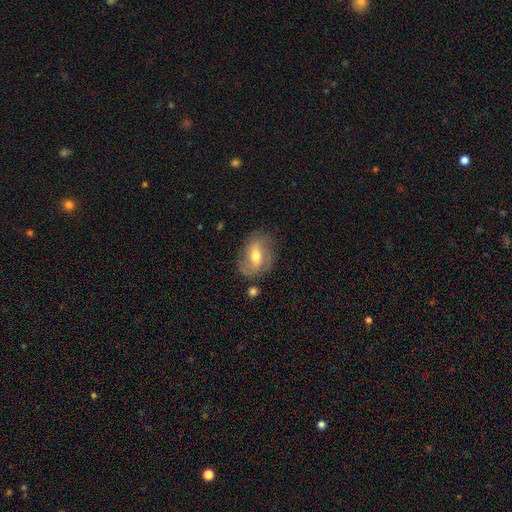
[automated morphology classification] Smooth or featured? Predicted: featured or disk (p=0.50). Edge-on disk? Predicted: no (p=0.92). Merging? Predicted: none (p=0.70).